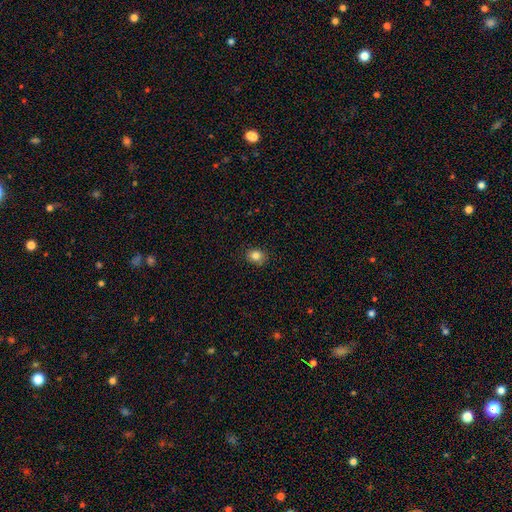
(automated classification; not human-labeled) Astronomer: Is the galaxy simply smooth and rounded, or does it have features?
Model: smooth — 83%.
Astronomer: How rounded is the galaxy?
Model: round — 62% (runner-up: in between, 37%).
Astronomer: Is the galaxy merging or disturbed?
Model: none — 86%.